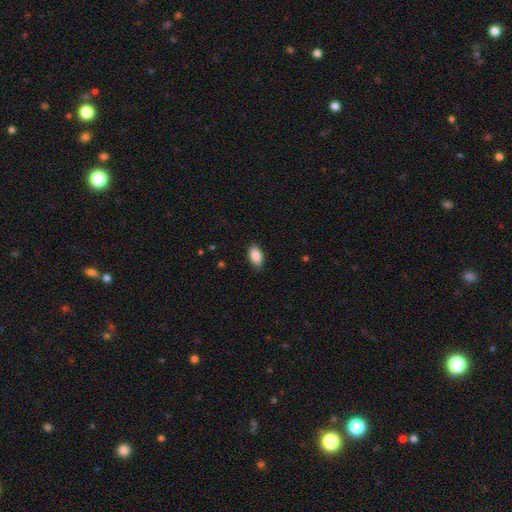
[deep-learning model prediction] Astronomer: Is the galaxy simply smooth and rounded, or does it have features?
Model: smooth — 89%.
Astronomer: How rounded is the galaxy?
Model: in between — 92%.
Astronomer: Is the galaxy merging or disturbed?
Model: none — 86%.